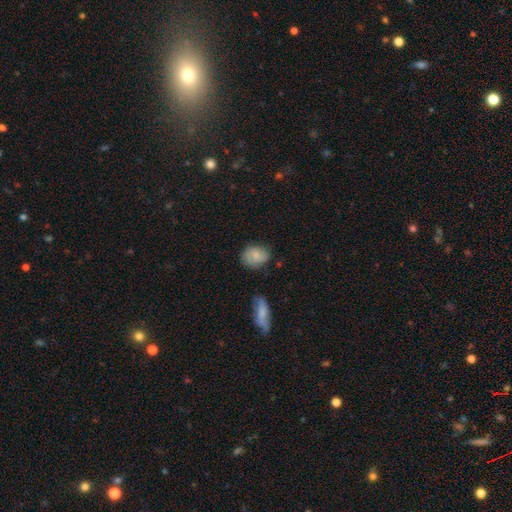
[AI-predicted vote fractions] Smooth or featured?
  - smooth: 75% *
  - featured or disk: 17%
  - star or artifact: 7%
How rounded?
  - in between: 65% *
  - round: 33%
  - cigar-shaped: 1%
Merging?
  - none: 69% *
  - minor disturbance: 22%
  - major disturbance: 5%
  - merger: 3%